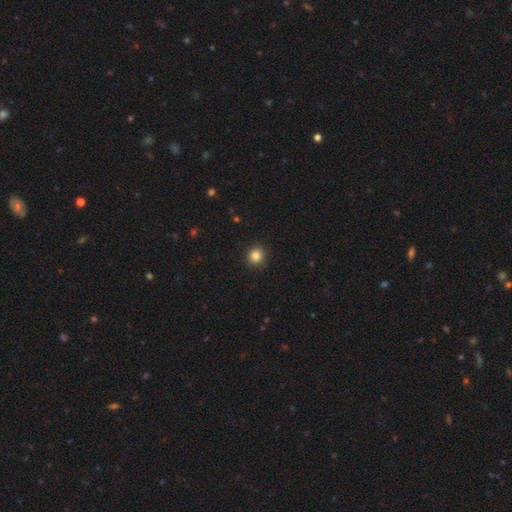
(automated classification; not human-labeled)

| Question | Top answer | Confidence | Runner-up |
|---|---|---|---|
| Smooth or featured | smooth | 85% | star or artifact (11%) |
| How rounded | round | 93% | in between (7%) |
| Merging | none | 92% | minor disturbance (5%) |